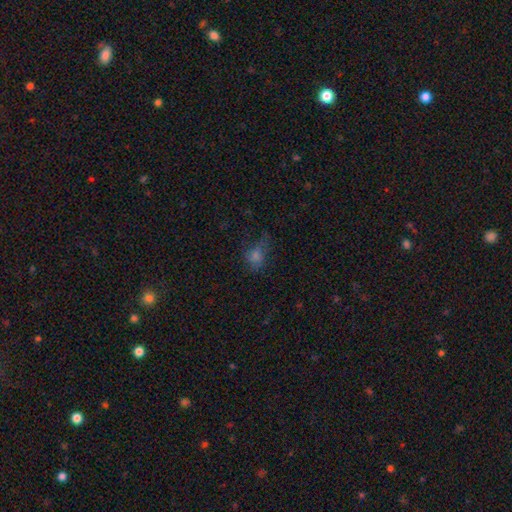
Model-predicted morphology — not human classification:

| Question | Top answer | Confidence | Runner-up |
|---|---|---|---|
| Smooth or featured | smooth | 58% | star or artifact (24%) |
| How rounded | in between | 56% | round (41%) |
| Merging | none | 49% | minor disturbance (26%) |